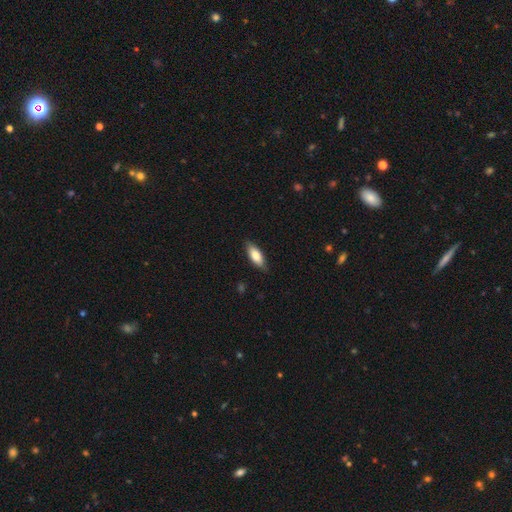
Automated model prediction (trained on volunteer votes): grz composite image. It shows a smooth galaxy with no disk features (79%) that is in between round and cigar-shaped (74%). Merging: none (85%).